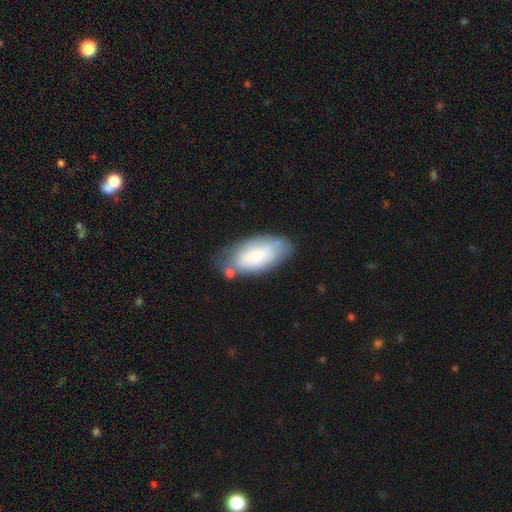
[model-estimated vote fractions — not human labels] This is likely a smooth galaxy (68%). How rounded: clearly in between (92%). Merging: likely none (61%).